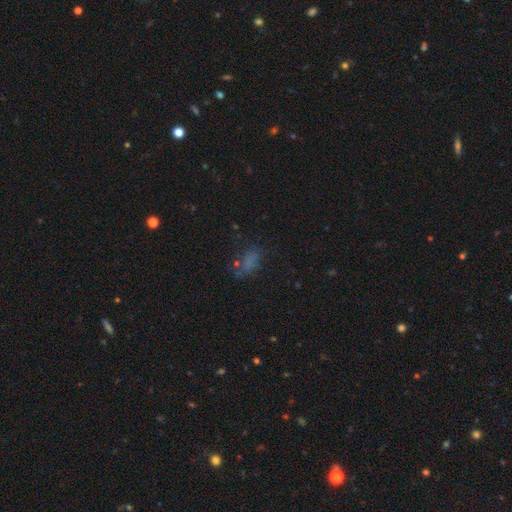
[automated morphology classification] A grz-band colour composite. It shows a smooth galaxy with no disk features (42%). Merging: none (59%).